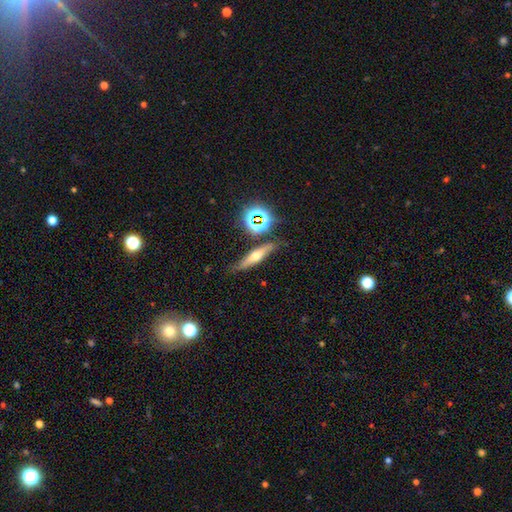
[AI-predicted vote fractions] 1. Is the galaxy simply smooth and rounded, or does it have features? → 44% featured or disk, 41% smooth, 14% star or artifact.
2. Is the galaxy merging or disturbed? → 78% none, 14% minor disturbance, 4% merger, 4% major disturbance.